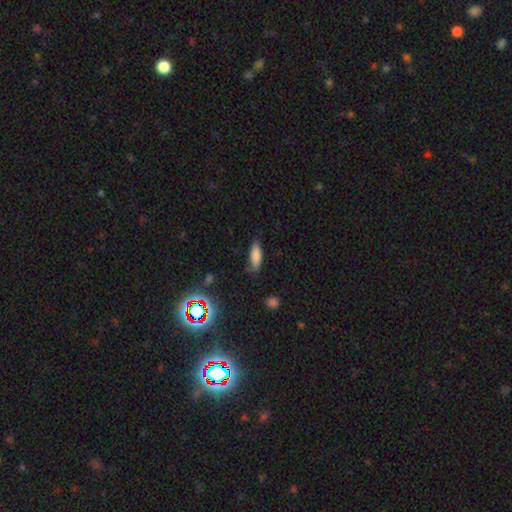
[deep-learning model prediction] smooth 81%, featured or disk 10%, star or artifact 9%. Down the decision tree: how rounded — in between (61%); merging — none (76%).